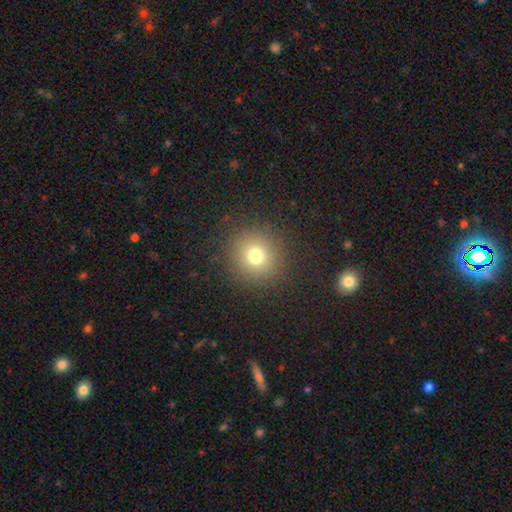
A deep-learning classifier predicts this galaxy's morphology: smooth_or_featured: smooth (p=0.74) [alt: star or artifact p=0.17]
how_rounded: round (p=0.93) [alt: in between p=0.06]
merging: none (p=0.89) [alt: minor disturbance p=0.06]